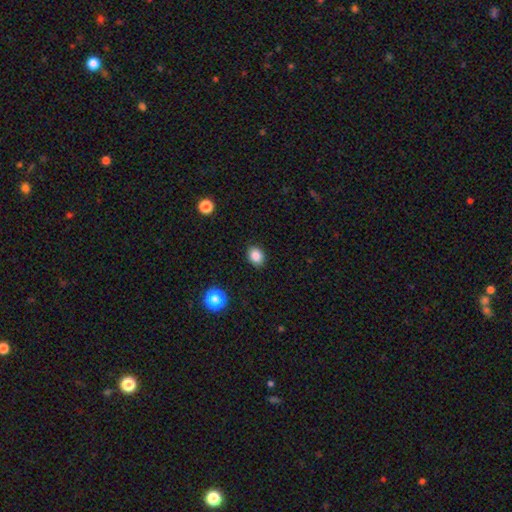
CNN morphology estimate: This appears to be a smooth galaxy with no disk features (85%) that is in between round and cigar-shaped (57%). Merging: none (89%).